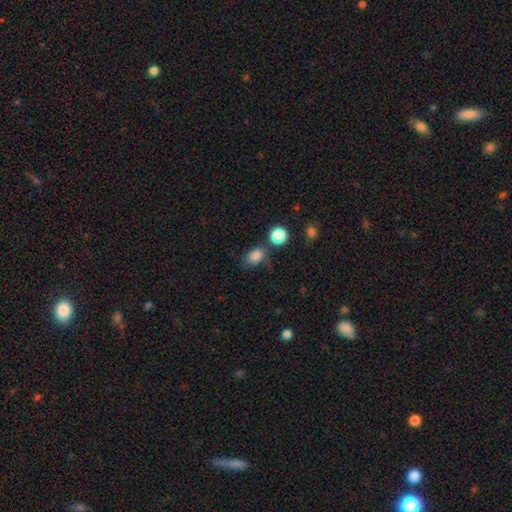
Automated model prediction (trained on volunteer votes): Overall: smooth (82%). How rounded: in between (71%). Merging: none (60%; minor disturbance 20%).